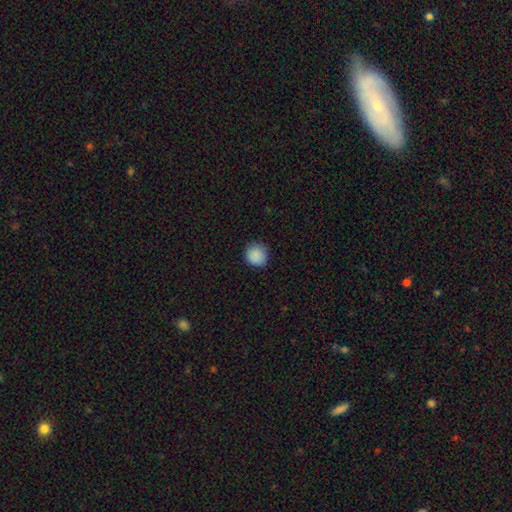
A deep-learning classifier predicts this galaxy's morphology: Smooth or featured? Predicted: smooth (p=0.88). How rounded? Predicted: round (p=0.88). Merging? Predicted: none (p=0.84).